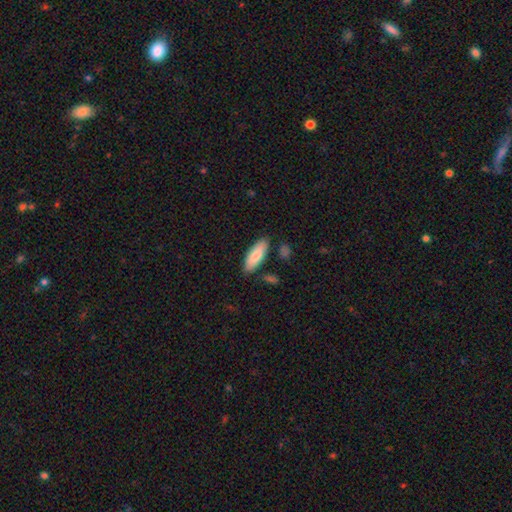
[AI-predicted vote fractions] smooth 84%, featured or disk 11%, star or artifact 5%. Down the decision tree: how rounded — in between (68%); merging — none (82%).